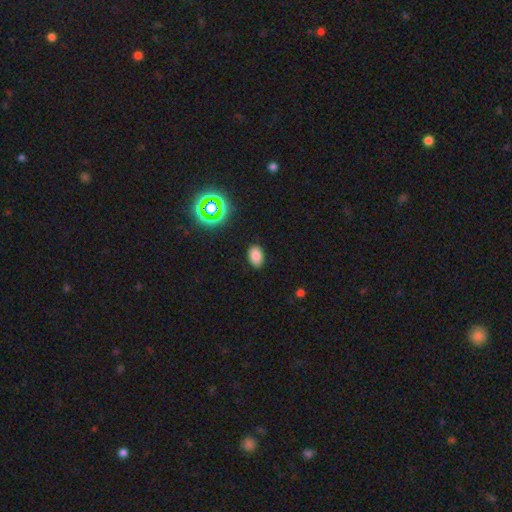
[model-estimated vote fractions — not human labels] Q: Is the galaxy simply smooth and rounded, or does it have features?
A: smooth — 79%.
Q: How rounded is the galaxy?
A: in between — 88%.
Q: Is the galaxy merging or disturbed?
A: none — 88%.